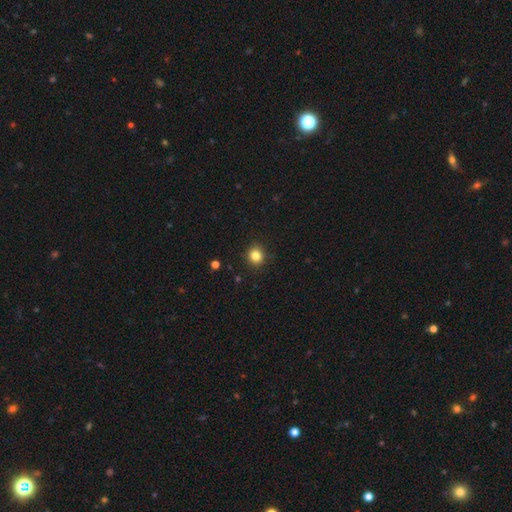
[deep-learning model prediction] smooth 84%, star or artifact 12%, featured or disk 5%. Down the decision tree: how rounded — round (84%); merging — none (90%).